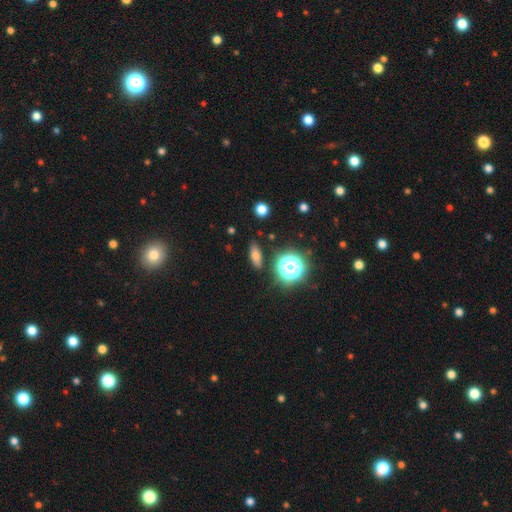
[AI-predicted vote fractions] smooth-or-featured: smooth: 66% | star or artifact: 18% | featured or disk: 16%
  how-rounded: in between: 63% | cigar-shaped: 22% | round: 15%
  merging: none: 85% | minor disturbance: 10% | major disturbance: 3% | merger: 2%